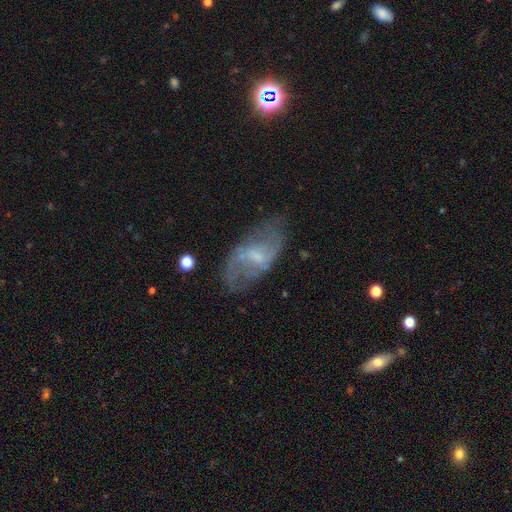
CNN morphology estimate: A featured or disk galaxy (68%) with a weak bar (56%), spiral arms (76%) and a small central bulge (49%).

Vote fractions:
- Smooth or featured? featured or disk: 68% / smooth: 24% / star or artifact: 8%
- Edge-on disk? no: 93% / yes: 7%
- Bar? weak: 56% / no: 30% / strong: 15%
- Spiral arms? yes: 76% / no: 24%
- Bulge size? small: 49% / moderate: 31% / none: 17% / large: 3% / dominant: 1%
- Merging? none: 64% / minor disturbance: 21% / major disturbance: 12% / merger: 2%